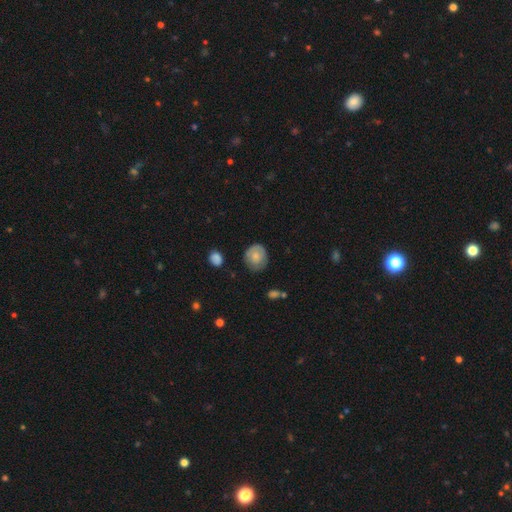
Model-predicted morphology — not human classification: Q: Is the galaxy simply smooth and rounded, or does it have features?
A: smooth — 68%.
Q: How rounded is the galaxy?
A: round — 77%.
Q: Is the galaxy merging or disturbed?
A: none — 70%.